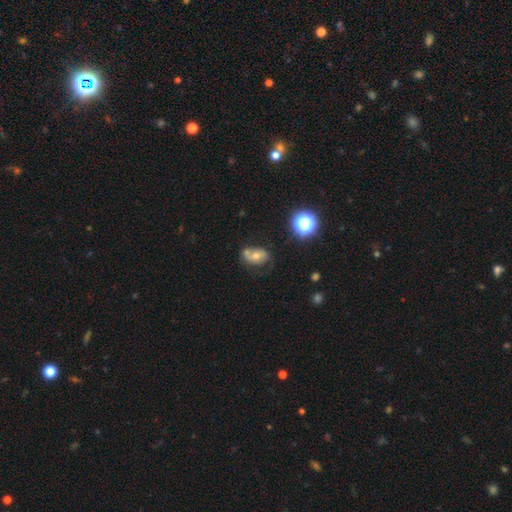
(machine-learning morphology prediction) A smooth galaxy with no disk features (50%).

Vote fractions:
- Smooth or featured? smooth: 50% / featured or disk: 37% / star or artifact: 13%
- Merging? none: 42% / minor disturbance: 23% / merger: 23% / major disturbance: 12%